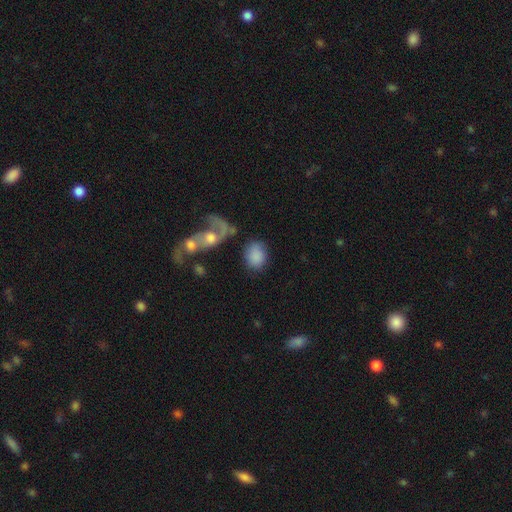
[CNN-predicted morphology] smooth 80%, featured or disk 12%, star or artifact 8%. Down the decision tree: how rounded — in between (59%); merging — none (56%).